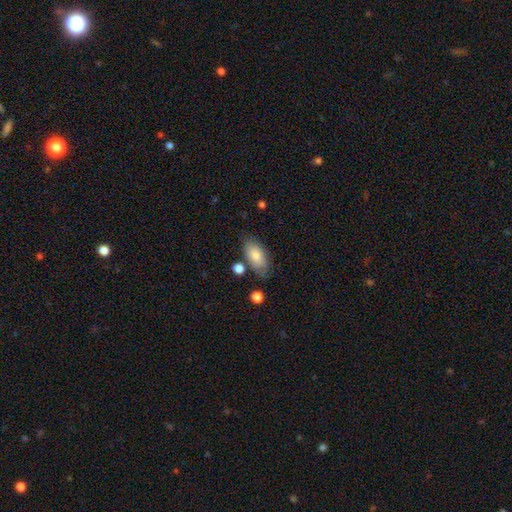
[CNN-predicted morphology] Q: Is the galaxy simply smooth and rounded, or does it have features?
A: smooth — 81%.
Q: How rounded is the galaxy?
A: in between — 92%.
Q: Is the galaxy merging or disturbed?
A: none — 70%.